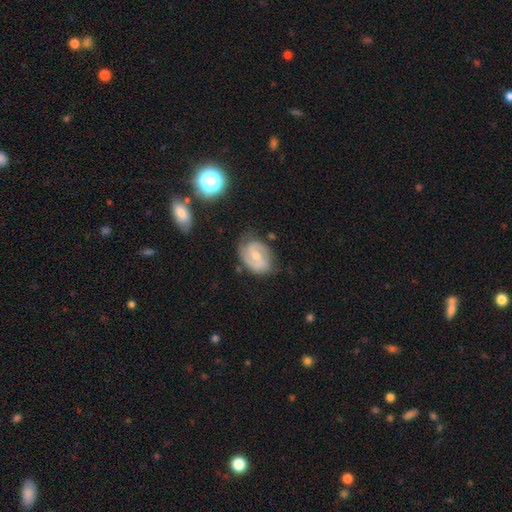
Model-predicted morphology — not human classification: smooth-or-featured: featured or disk: 74% | smooth: 20% | star or artifact: 6%
  disk-edge-on: no: 97% | yes: 3%
    bar: weak: 46% | no: 40% | strong: 13%
    has-spiral-arms: yes: 89% | no: 11%
      spiral-winding: medium: 45% | tight: 39% | loose: 16%
      spiral-arm-count: 2: 78% | can't tell: 12% | 1: 5% | 3: 3% | 4: 1% | more than 4: 1%
    bulge-size: moderate: 54% | small: 41% | large: 2% | none: 2% | dominant: 1%
  merging: none: 67% | minor disturbance: 23% | major disturbance: 7% | merger: 2%